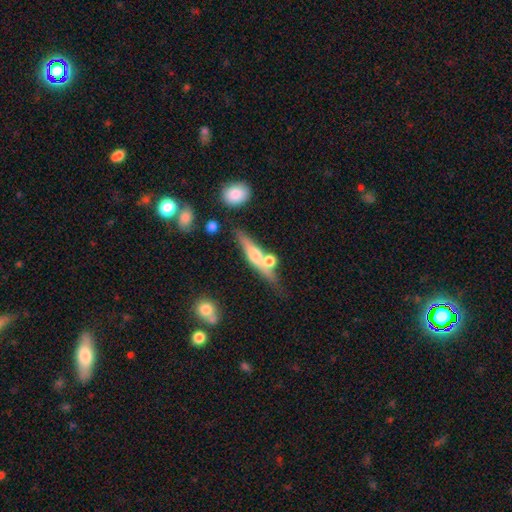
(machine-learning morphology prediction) smooth_or_featured: featured or disk (p=0.58) [alt: smooth p=0.35]
disk_edge_on: yes (p=0.91) [alt: no p=0.09]
edge_on_bulge: rounded (p=0.85) [alt: boxy p=0.09]
merging: none (p=0.60) [alt: merger p=0.22]